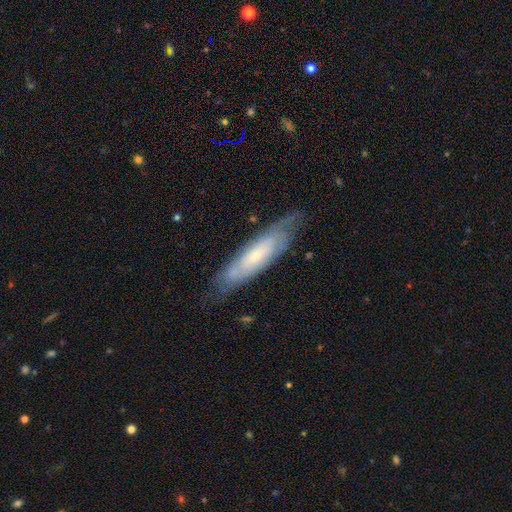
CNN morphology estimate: type=featured or disk (60%); edge-on=no (63%); merging=none (71%).